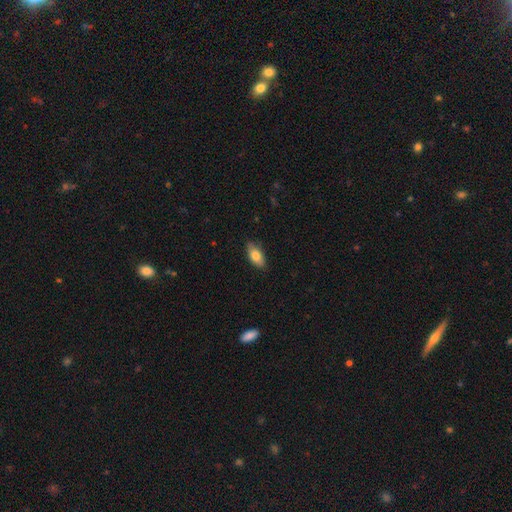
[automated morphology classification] Smooth or featured? smooth (78%)
How rounded? in between (88%)
Merging? none (85%)